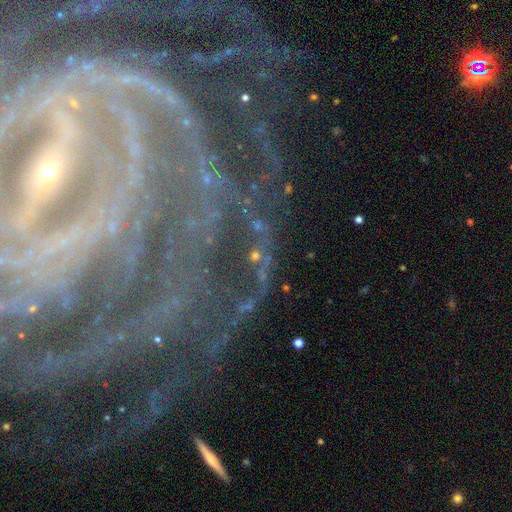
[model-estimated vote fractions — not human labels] Morphology: type=star or artifact (51%).